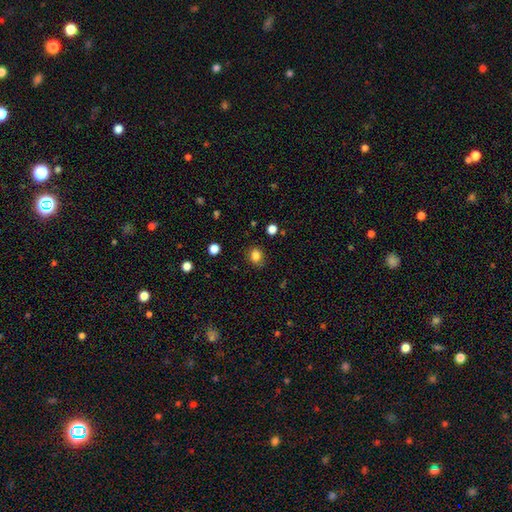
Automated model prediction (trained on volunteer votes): A smooth galaxy with no disk features (83%) that is round (70%).

Vote fractions:
- Smooth or featured? smooth: 83% / star or artifact: 12% / featured or disk: 5%
- How rounded? round: 70% / in between: 29% / cigar-shaped: 1%
- Merging? none: 84% / minor disturbance: 11% / major disturbance: 3% / merger: 2%